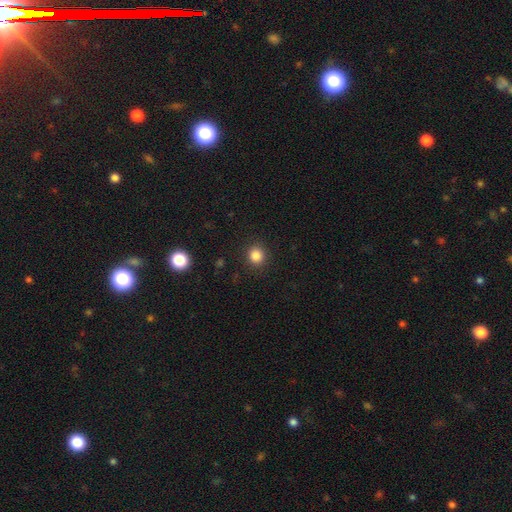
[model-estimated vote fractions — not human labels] smooth 84%, star or artifact 11%, featured or disk 4%. Down the decision tree: how rounded — round (87%); merging — none (91%).